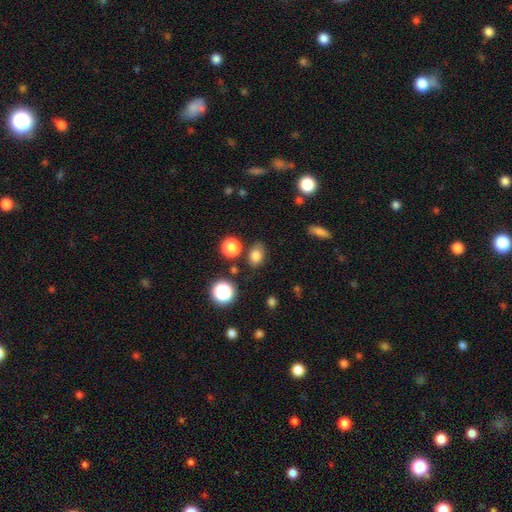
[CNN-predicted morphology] This appears to be a smooth galaxy with no disk features (79%) that is in between round and cigar-shaped (71%). Merging: none (78%).